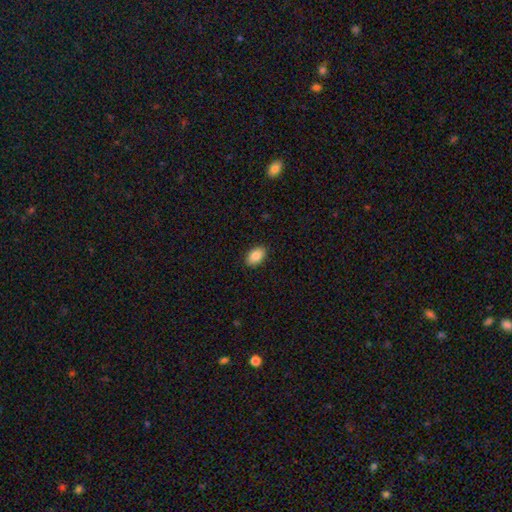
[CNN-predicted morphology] This is clearly a smooth galaxy (88%). How rounded: clearly in between (91%). Merging: clearly none (90%).